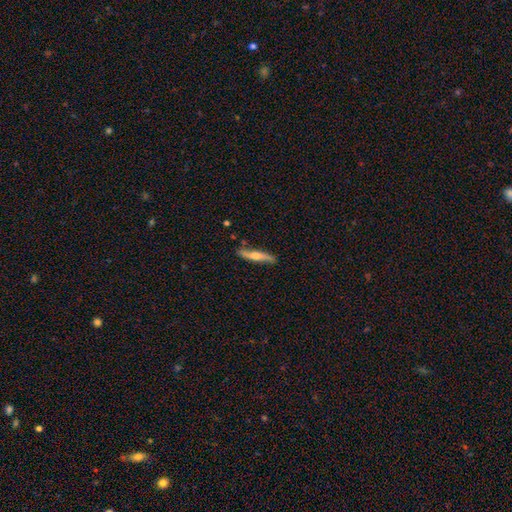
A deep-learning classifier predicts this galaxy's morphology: The model was most divided on "smooth or featured" (2-way tie): featured or disk: 47%, smooth: 47%, star or artifact: 5%. More confident: merging — none (81%).